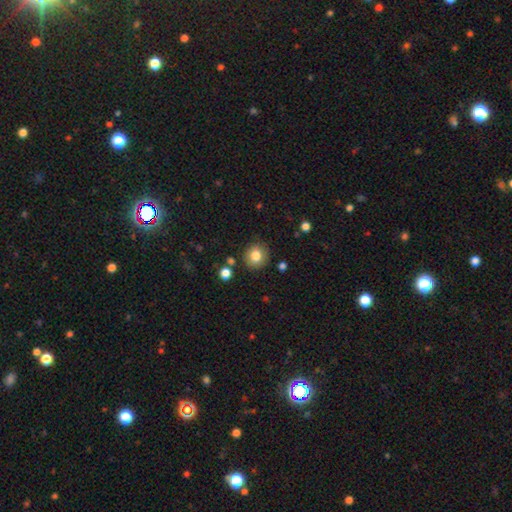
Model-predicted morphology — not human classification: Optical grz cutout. It shows a smooth galaxy with no disk features (80%) that is round (83%). Merging: none (85%).